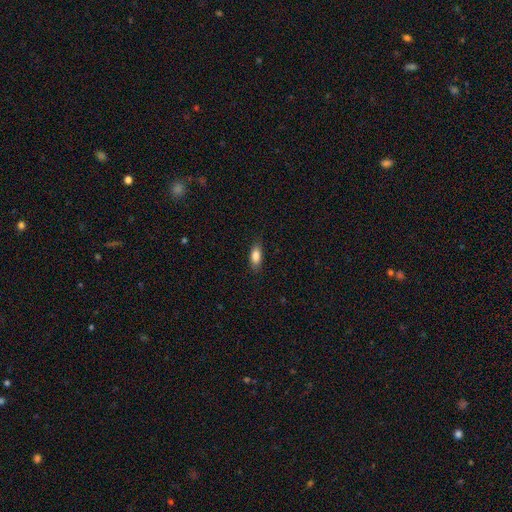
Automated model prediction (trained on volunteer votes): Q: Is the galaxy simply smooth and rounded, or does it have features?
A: smooth — 86%.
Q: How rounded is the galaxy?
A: in between — 82%.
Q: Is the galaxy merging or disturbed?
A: none — 85%.